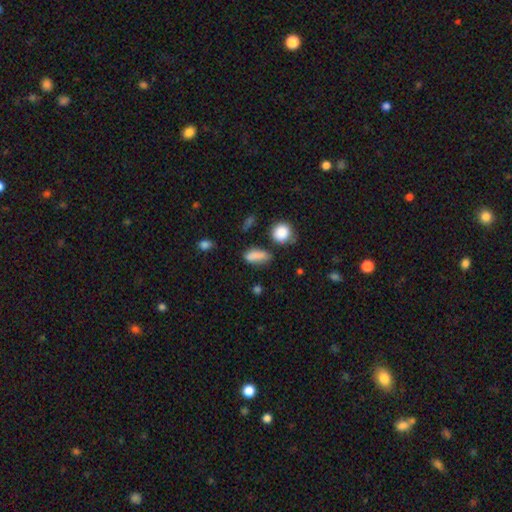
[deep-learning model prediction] This appears to be a smooth galaxy with no disk features (82%) that is in between round and cigar-shaped (69%). Merging: none (59%).